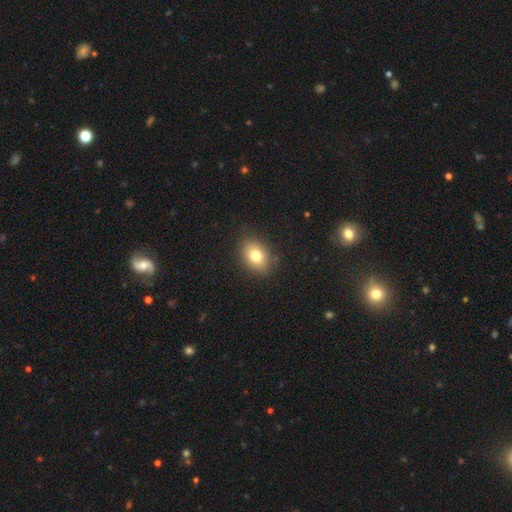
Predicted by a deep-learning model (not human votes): Smooth or featured? Predicted: smooth (p=0.78). How rounded? Predicted: in between (p=0.66). Merging? Predicted: none (p=0.85).